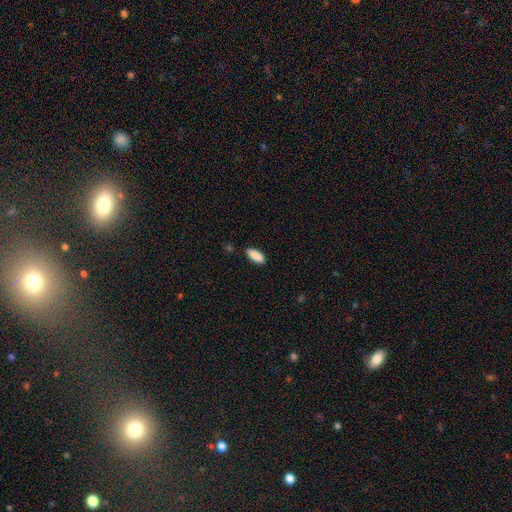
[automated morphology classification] smooth 90%, star or artifact 6%, featured or disk 4%. Down the decision tree: how rounded — in between (82%); merging — none (84%).